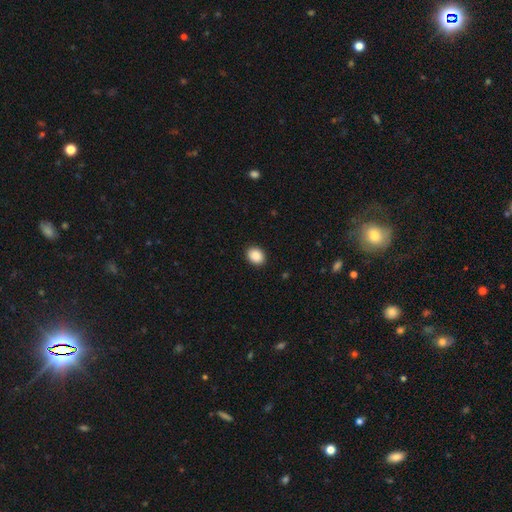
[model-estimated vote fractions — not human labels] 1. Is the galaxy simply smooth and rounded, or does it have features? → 90% smooth, 8% star or artifact, 2% featured or disk.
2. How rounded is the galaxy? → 59% in between, 40% round, 1% cigar-shaped.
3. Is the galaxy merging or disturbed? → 91% none, 7% minor disturbance, 2% major disturbance, 1% merger.